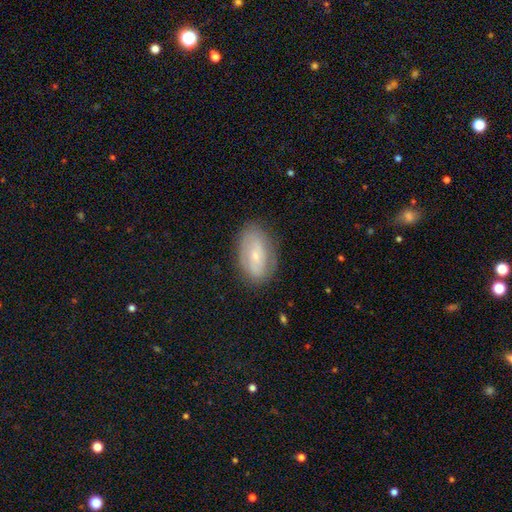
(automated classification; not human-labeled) A featured or disk galaxy (50%).

Vote fractions:
- Smooth or featured? featured or disk: 50% / smooth: 42% / star or artifact: 8%
- Merging? none: 77% / minor disturbance: 16% / major disturbance: 5% / merger: 1%